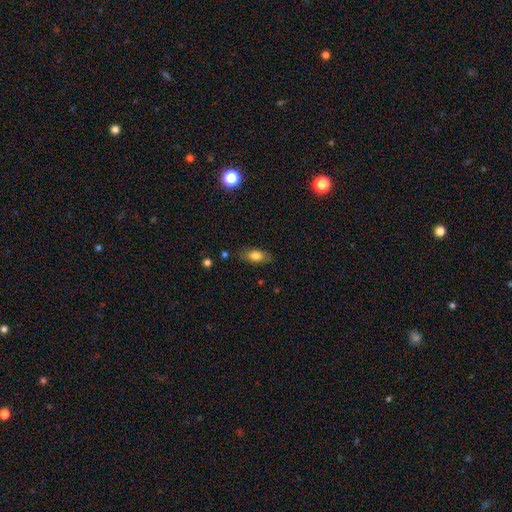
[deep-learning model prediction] This appears to be a smooth galaxy with no disk features (77%) that is in between round and cigar-shaped (84%). Merging: none (82%).